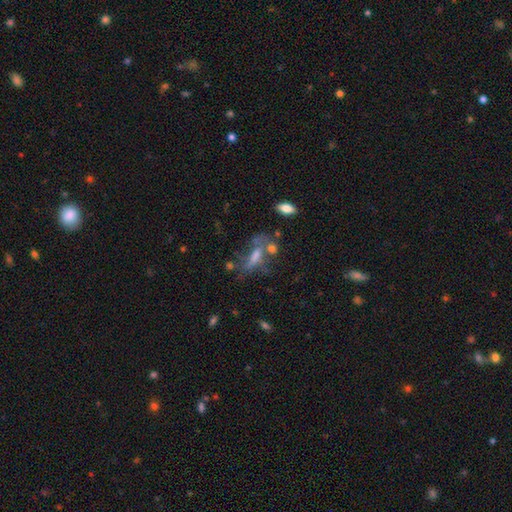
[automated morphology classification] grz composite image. It shows a featured or disk galaxy (46%). Merging: none (44%).